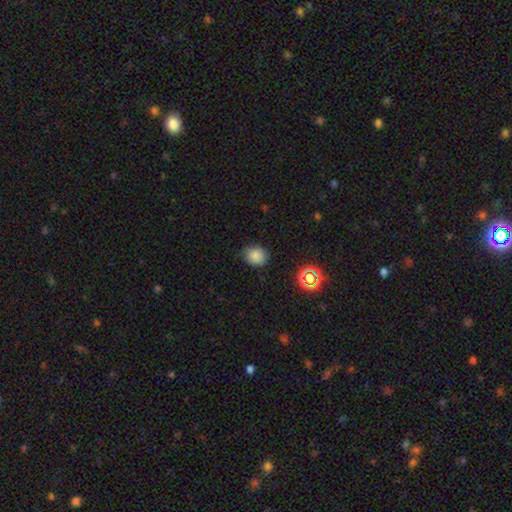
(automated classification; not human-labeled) smooth_or_featured: smooth (p=0.81) [alt: star or artifact p=0.13]
how_rounded: round (p=0.76) [alt: in between p=0.23]
merging: none (p=0.78) [alt: minor disturbance p=0.17]